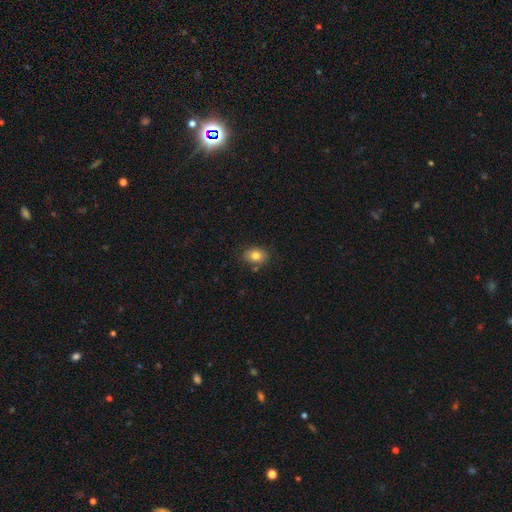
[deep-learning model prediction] This is clearly a smooth galaxy (81%). How rounded: likely in between (67%). Merging: clearly none (80%).